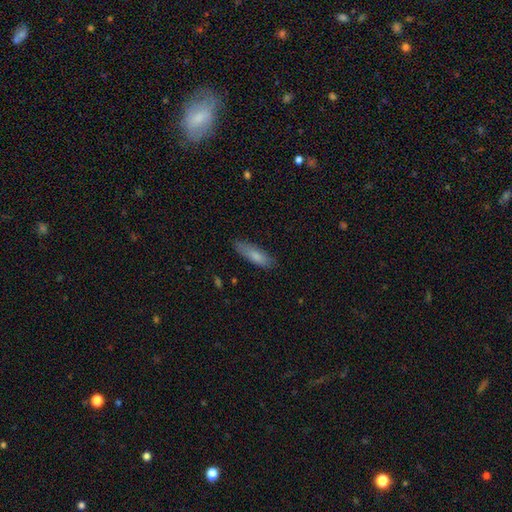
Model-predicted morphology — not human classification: Smooth or featured: smooth — 79% (featured or disk — 15%)
How rounded: cigar-shaped — 58% (in between — 41%)
Merging: none — 79% (minor disturbance — 16%)